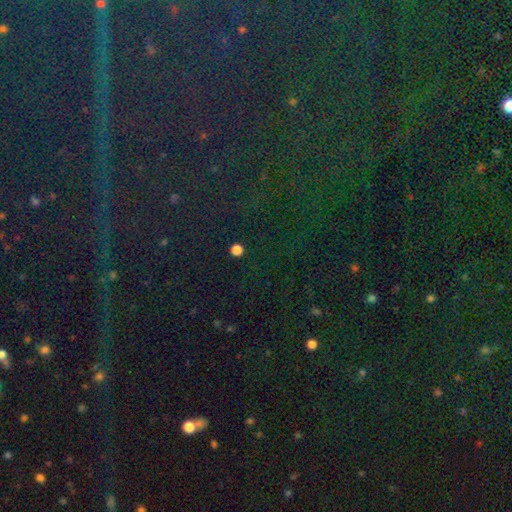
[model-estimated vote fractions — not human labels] star or artifact 85%, smooth 8%, featured or disk 7%.